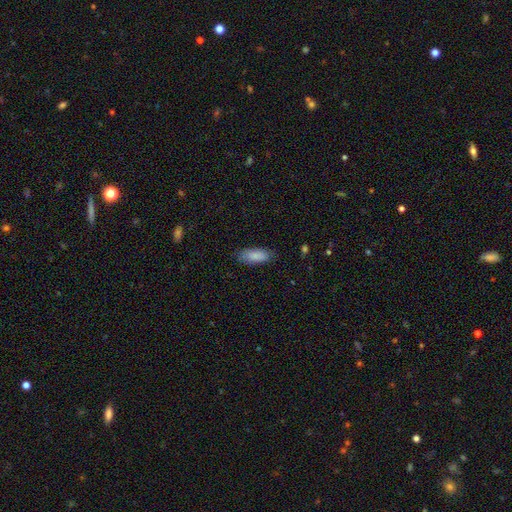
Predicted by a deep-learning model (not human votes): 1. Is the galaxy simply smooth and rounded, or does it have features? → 86% smooth, 8% featured or disk, 6% star or artifact.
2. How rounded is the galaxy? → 81% in between, 18% cigar-shaped, 2% round.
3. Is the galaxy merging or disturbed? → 82% none, 14% minor disturbance, 3% major disturbance, 1% merger.